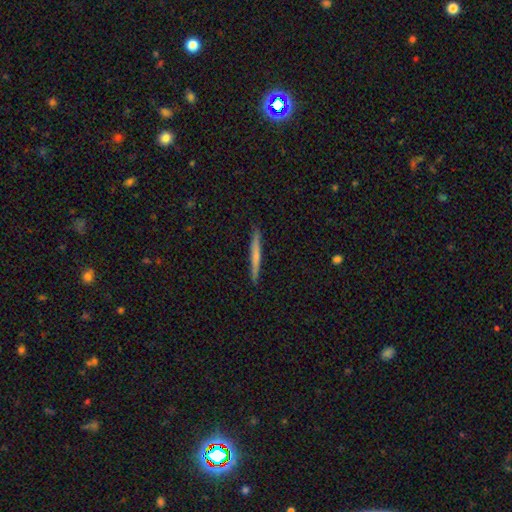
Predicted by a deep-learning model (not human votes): A smooth galaxy with no disk features (58%) that is cigar-shaped (96%).

Vote fractions:
- Smooth or featured? smooth: 58% / featured or disk: 37% / star or artifact: 6%
- How rounded? cigar-shaped: 96% / in between: 2% / round: 1%
- Merging? none: 91% / minor disturbance: 7% / major disturbance: 1% / merger: 1%